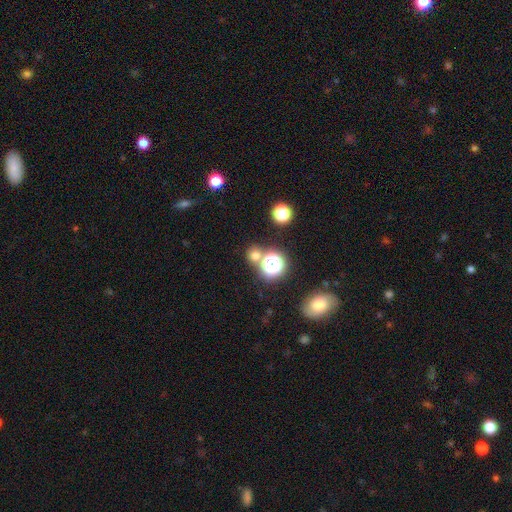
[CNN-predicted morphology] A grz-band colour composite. It shows a smooth galaxy with no disk features (63%) that is round (87%). Merging: none (71%).